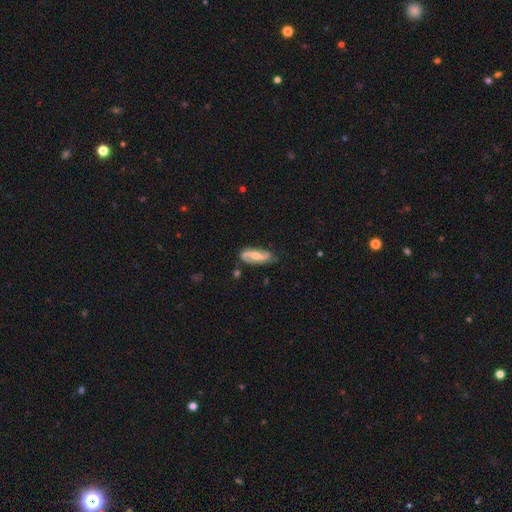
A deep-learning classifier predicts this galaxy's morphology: A featured or disk galaxy (83%) with a strong bar (39%), 2 (91%) loose (45%) spiral arms (95%) and a moderate central bulge (52%).

Vote fractions:
- Smooth or featured? featured or disk: 83% / smooth: 12% / star or artifact: 5%
- Edge-on disk? no: 93% / yes: 7%
- Bar? strong: 39% / weak: 37% / no: 24%
- Spiral arms? yes: 95% / no: 5%
- Spiral winding? loose: 45% / medium: 39% / tight: 16%
- Spiral arm count? 2: 91% / can't tell: 3% / 1: 3% / 3: 1% / 4: 1% / more than 4: 1%
- Bulge size? moderate: 52% / small: 36% / none: 6% / large: 5% / dominant: 1%
- Merging? none: 74% / minor disturbance: 18% / major disturbance: 5% / merger: 3%